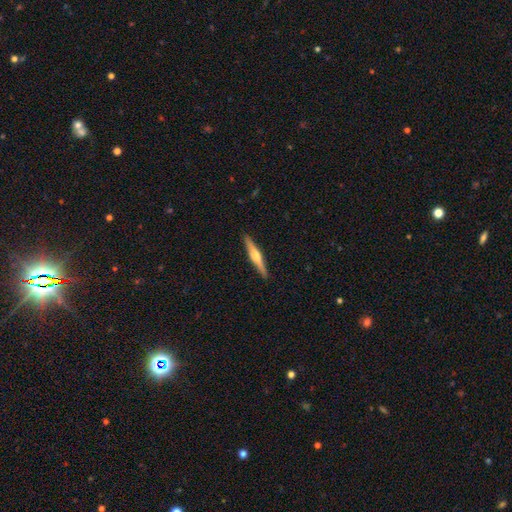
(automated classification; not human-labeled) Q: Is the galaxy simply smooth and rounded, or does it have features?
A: featured or disk — 65%.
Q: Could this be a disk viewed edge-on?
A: yes — 98%.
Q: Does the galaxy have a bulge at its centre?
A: rounded — 88%.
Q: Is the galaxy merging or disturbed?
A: none — 92%.